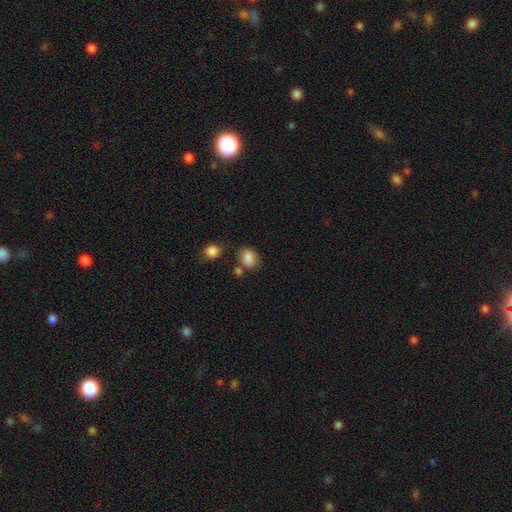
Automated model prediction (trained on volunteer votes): smooth 66%, star or artifact 25%, featured or disk 9%. Down the decision tree: how rounded — round (54%); merging — none (72%).